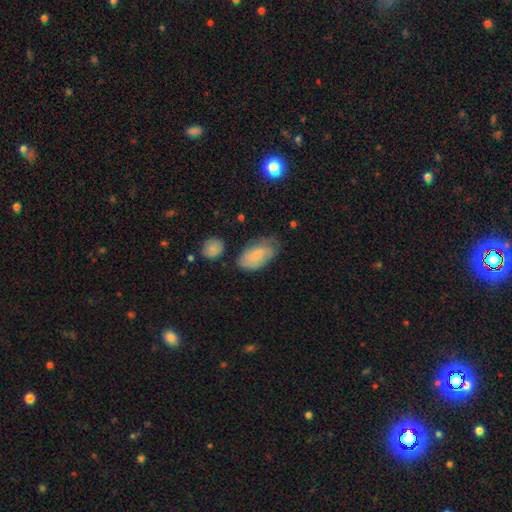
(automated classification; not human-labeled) Morphology: type=smooth (74%); roundness=in between (93%); merging=none (63%).